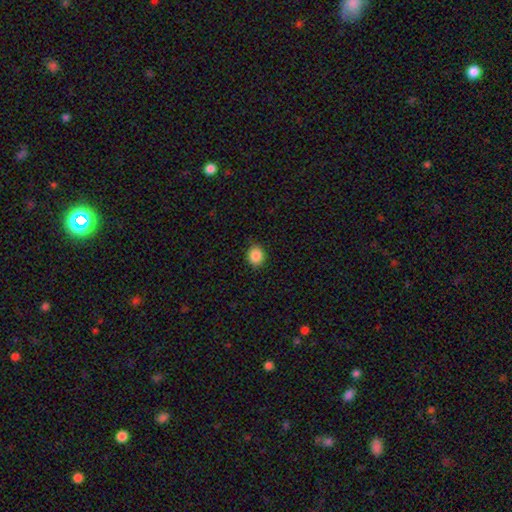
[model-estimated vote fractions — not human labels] The model was most divided on "how rounded": round: 76%, in between: 23%, cigar-shaped: 1%. More confident: smooth or featured — smooth (87%); merging — none (86%).